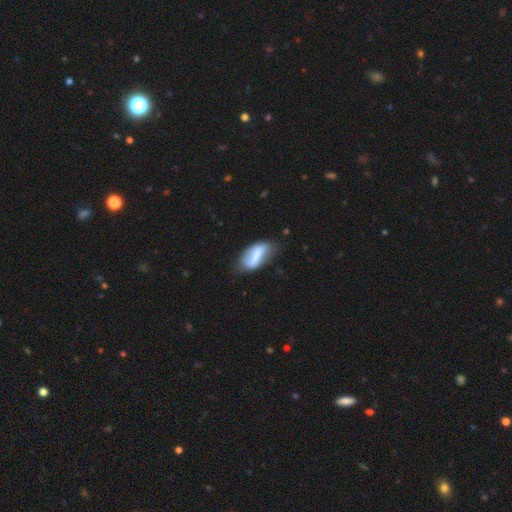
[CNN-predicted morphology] smooth-or-featured: smooth: 60% | featured or disk: 33% | star or artifact: 7%
  how-rounded: in between: 83% | cigar-shaped: 14% | round: 3%
  merging: none: 55% | minor disturbance: 31% | major disturbance: 10% | merger: 4%